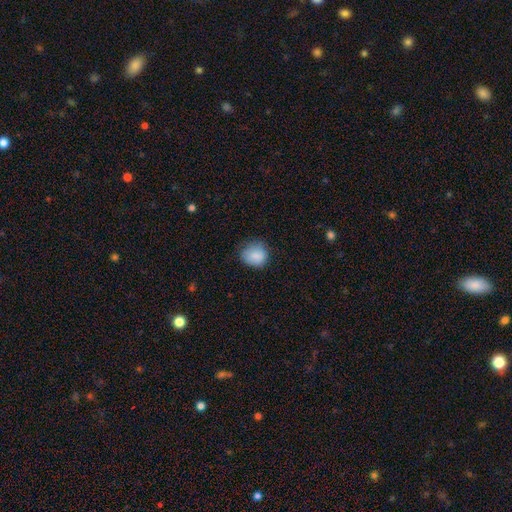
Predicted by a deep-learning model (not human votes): smooth-or-featured: smooth: 87% | star or artifact: 8% | featured or disk: 5%
  how-rounded: round: 78% | in between: 21% | cigar-shaped: 1%
  merging: none: 71% | minor disturbance: 22% | major disturbance: 5% | merger: 1%